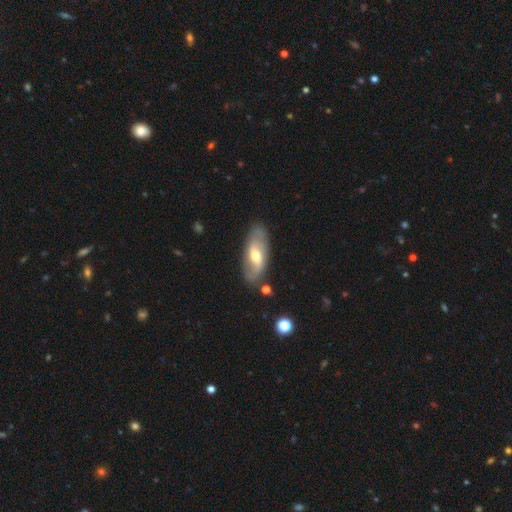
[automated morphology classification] featured or disk 60%, smooth 34%, star or artifact 6%. Down the decision tree: edge-on disk — no (86%); bar — weak (49%); spiral arms — yes (72%); bulge size — moderate (68%); merging — none (80%).